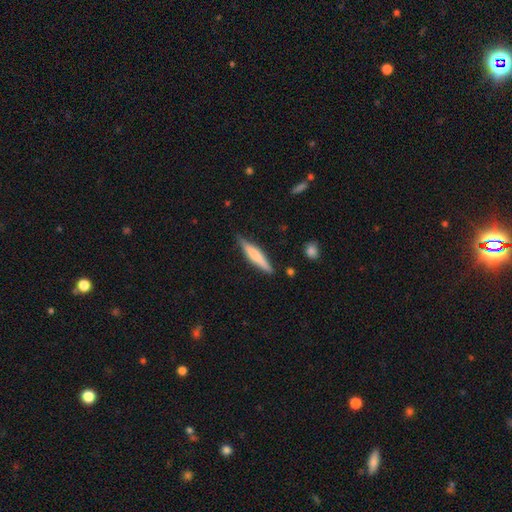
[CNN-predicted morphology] Smooth or featured: smooth — 59% (featured or disk — 35%)
How rounded: cigar-shaped — 89% (in between — 9%)
Merging: none — 83% (minor disturbance — 13%)